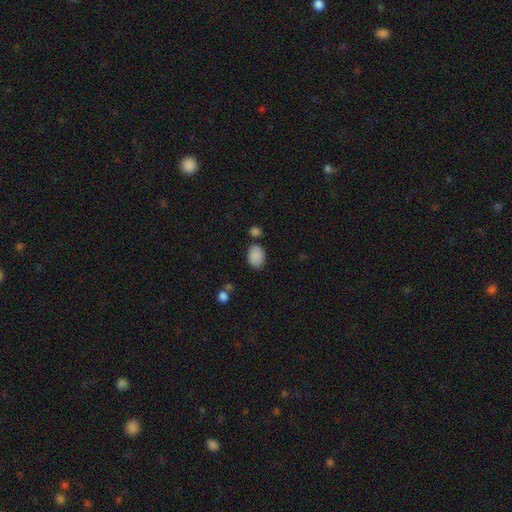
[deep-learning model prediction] smooth_or_featured: smooth (p=0.88) [alt: star or artifact p=0.08]
how_rounded: in between (p=0.71) [alt: round p=0.28]
merging: none (p=0.72) [alt: minor disturbance p=0.16]